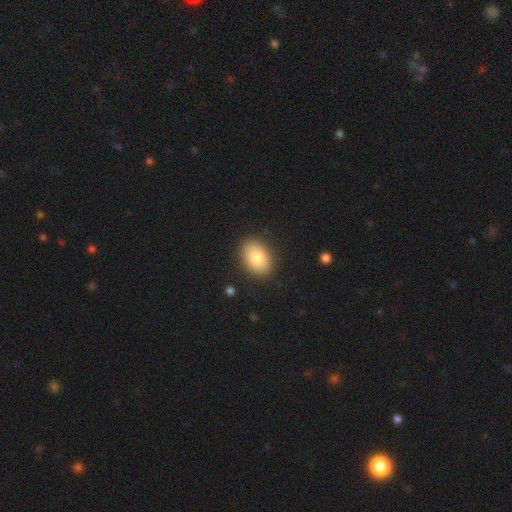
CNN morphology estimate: This appears to be a smooth galaxy with no disk features (82%) that is in between round and cigar-shaped (82%). Merging: none (89%).